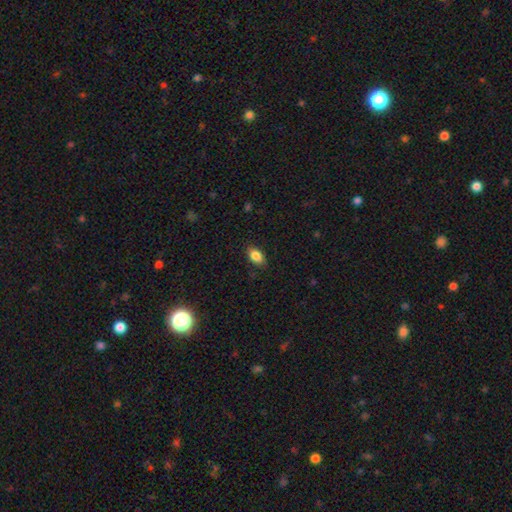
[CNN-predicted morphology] smooth 85%, star or artifact 8%, featured or disk 6%. Down the decision tree: how rounded — in between (89%); merging — none (86%).